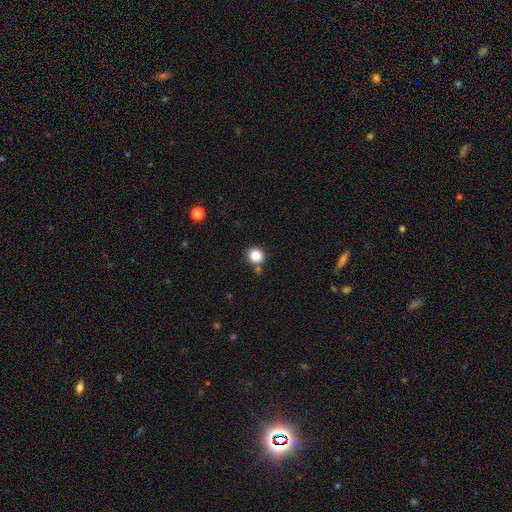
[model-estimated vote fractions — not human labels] Overall: smooth (86%). How rounded: round (84%). Merging: none (78%).